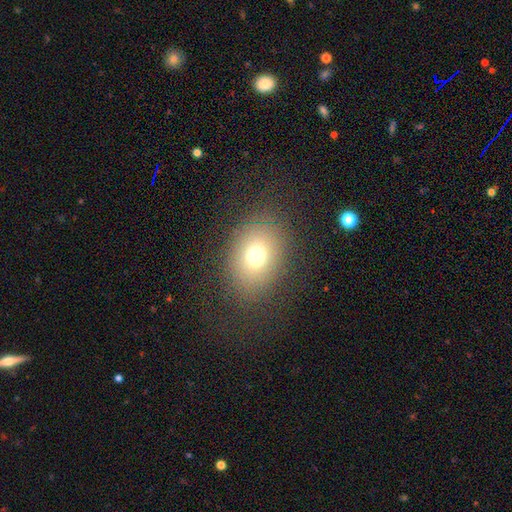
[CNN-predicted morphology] Overall: smooth (72%). How rounded: in between (60%; round 39%). Merging: none (83%).